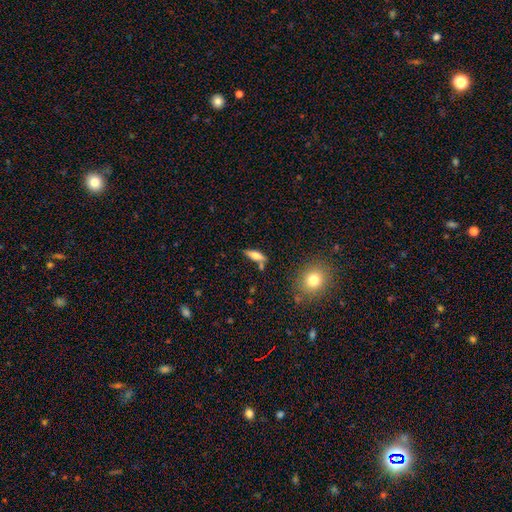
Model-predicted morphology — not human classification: Smooth or featured: smooth — 64% (featured or disk — 28%)
How rounded: in between — 51% (cigar-shaped — 45%)
Merging: none — 68% (minor disturbance — 16%)